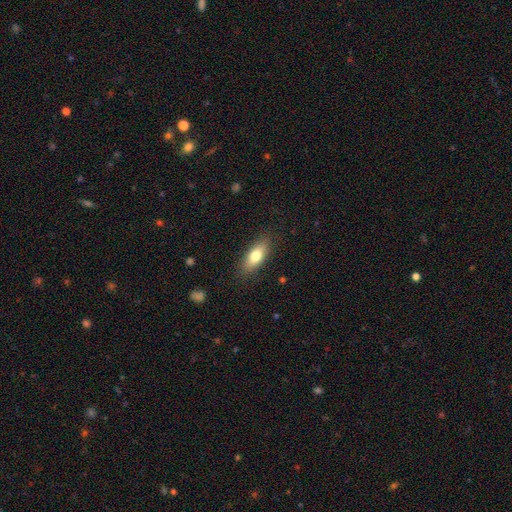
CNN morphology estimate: Overall: smooth (73%). How rounded: in between (72%). Merging: none (86%).